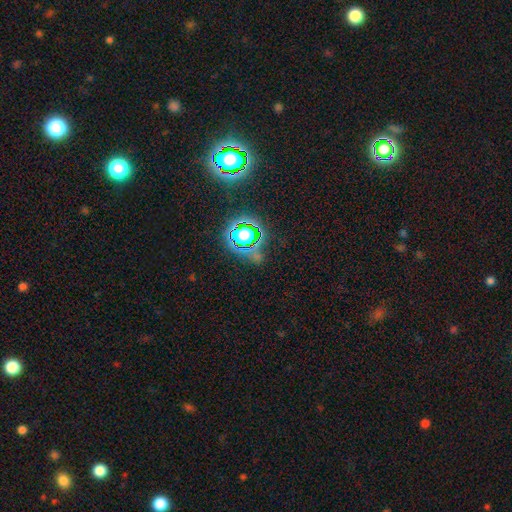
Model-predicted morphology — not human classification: Smooth or featured?
  - star or artifact: 70% *
  - smooth: 20%
  - featured or disk: 10%